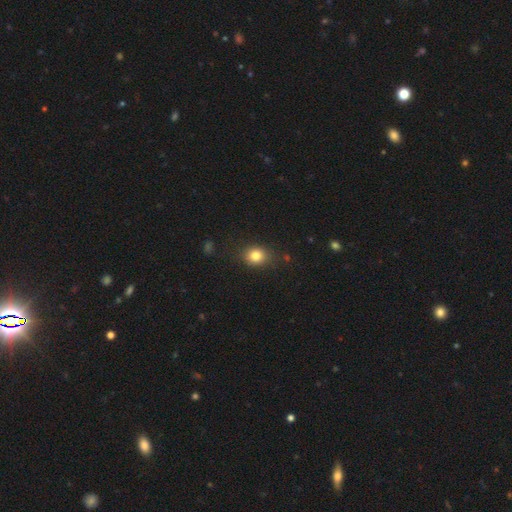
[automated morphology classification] This appears to be a smooth galaxy with no disk features (81%) that is round (58%). Merging: none (81%).